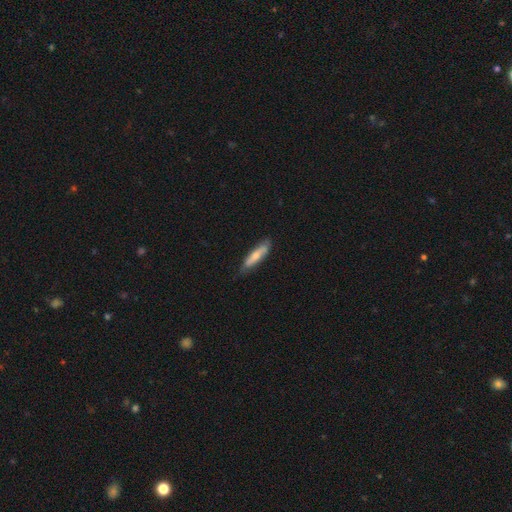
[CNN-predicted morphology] The model was most divided on "smooth or featured": smooth: 60%, featured or disk: 34%, star or artifact: 6%. More confident: merging — none (73%); how rounded — cigar-shaped (72%).